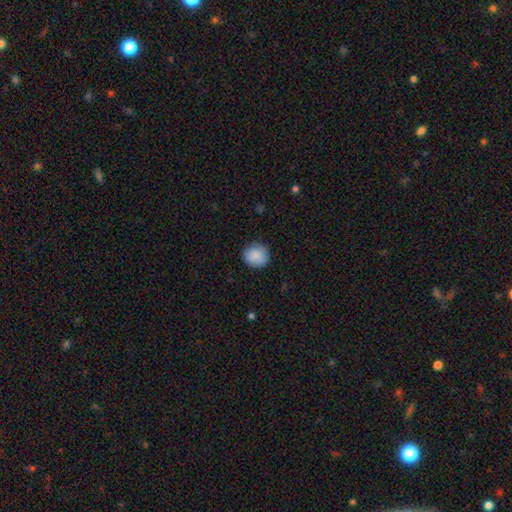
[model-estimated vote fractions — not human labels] Morphology: type=smooth (88%); roundness=round (88%); merging=none (87%).